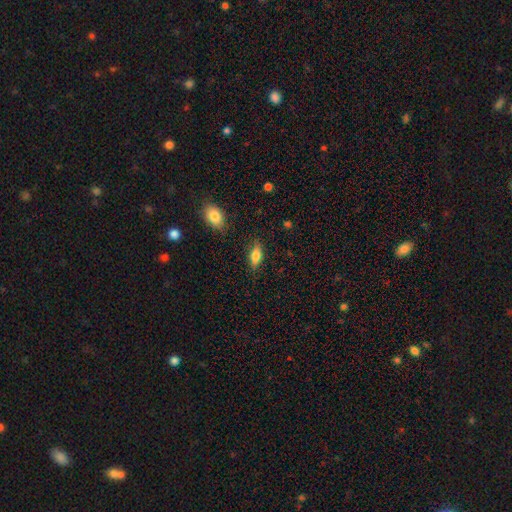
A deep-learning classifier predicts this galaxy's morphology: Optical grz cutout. It shows a smooth galaxy with no disk features (77%) that is in between round and cigar-shaped (80%). Merging: none (83%).